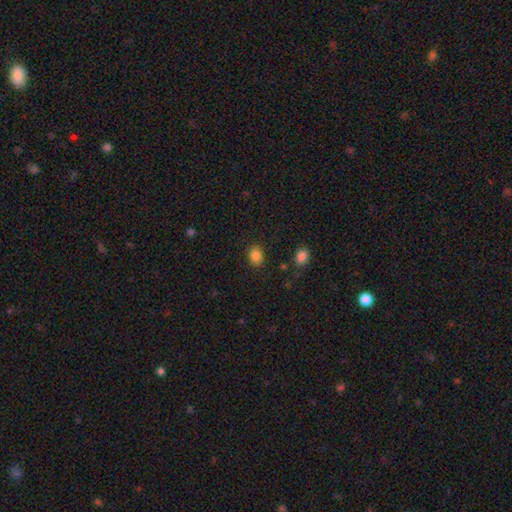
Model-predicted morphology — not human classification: Smooth or featured?
  - smooth: 85% *
  - star or artifact: 11%
  - featured or disk: 4%
How rounded?
  - in between: 54% *
  - round: 45%
  - cigar-shaped: 1%
Merging?
  - none: 83% *
  - minor disturbance: 11%
  - major disturbance: 3%
  - merger: 2%